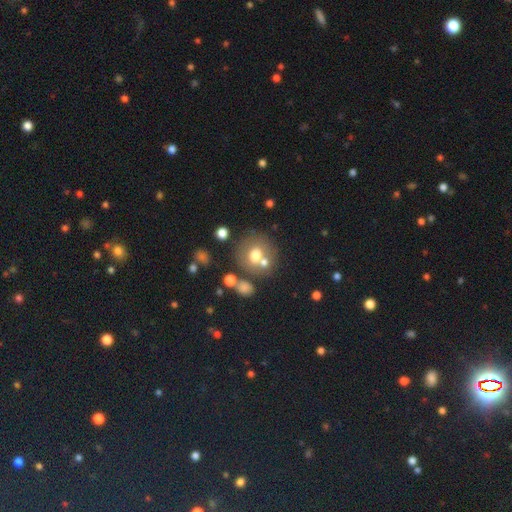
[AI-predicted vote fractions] Smooth or featured? smooth (65%)
How rounded? round (85%)
Merging? none (56%)